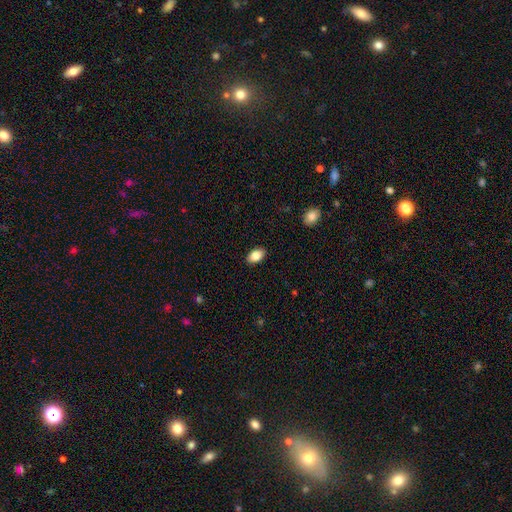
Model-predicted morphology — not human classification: Overall: smooth (85%). How rounded: in between (91%). Merging: none (89%).